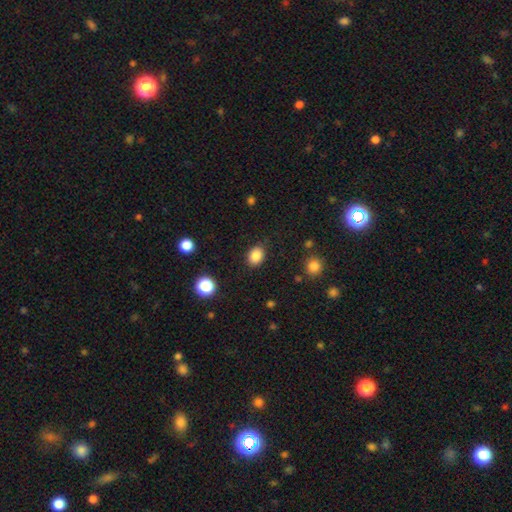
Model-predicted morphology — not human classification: smooth_or_featured: smooth (p=0.86) [alt: star or artifact p=0.09]
how_rounded: in between (p=0.72) [alt: round p=0.27]
merging: none (p=0.86) [alt: minor disturbance p=0.10]